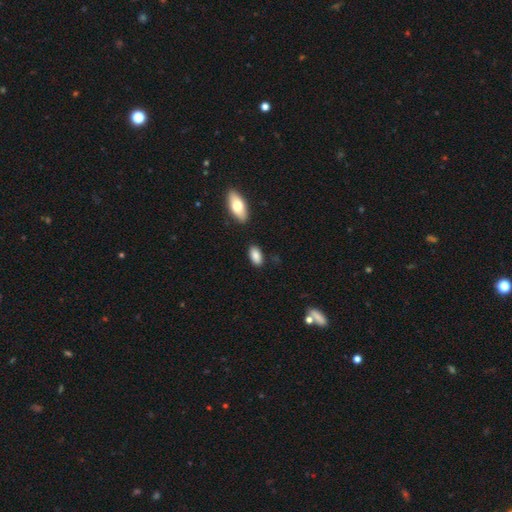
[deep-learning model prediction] Overall: smooth (87%). How rounded: in between (91%). Merging: none (83%).